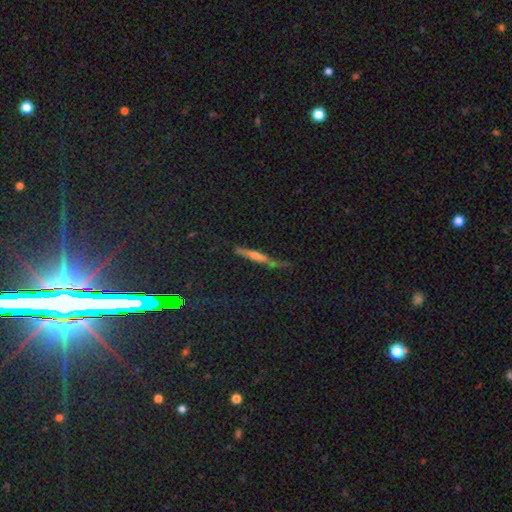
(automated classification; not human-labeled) Smooth or featured: featured or disk — 46% (smooth — 30%)
Merging: none — 67% (minor disturbance — 22%)